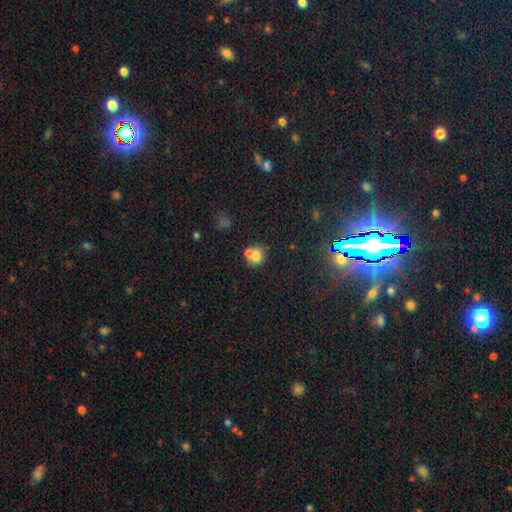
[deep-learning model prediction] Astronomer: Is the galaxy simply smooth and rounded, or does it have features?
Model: smooth — 70%.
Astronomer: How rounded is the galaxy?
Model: round — 80%.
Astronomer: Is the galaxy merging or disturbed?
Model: merger — 45% (runner-up: none, 44%).